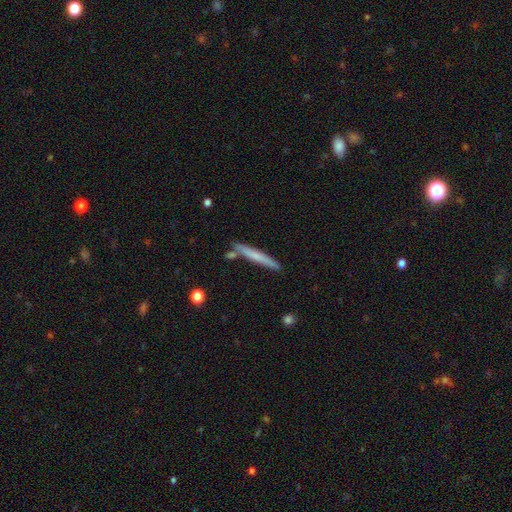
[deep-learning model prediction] Overall: smooth (58%; featured or disk 36%). How rounded: cigar-shaped (96%). Merging: none (82%).